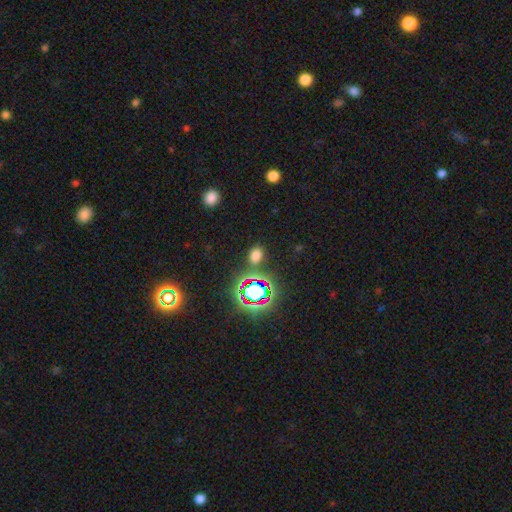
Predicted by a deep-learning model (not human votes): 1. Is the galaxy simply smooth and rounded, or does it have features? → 63% smooth, 30% star or artifact, 7% featured or disk.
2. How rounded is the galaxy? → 66% in between, 32% round, 2% cigar-shaped.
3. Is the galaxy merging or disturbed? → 80% none, 11% minor disturbance, 5% merger, 4% major disturbance.